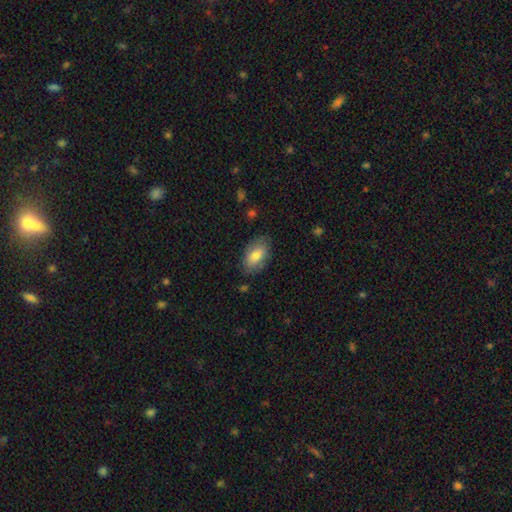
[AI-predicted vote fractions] This appears to be a smooth galaxy with no disk features (77%) that is in between round and cigar-shaped (92%). Merging: none (79%).